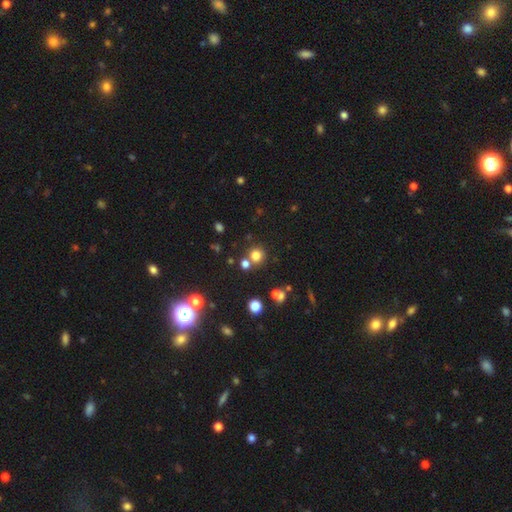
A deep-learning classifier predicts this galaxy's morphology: This is likely a smooth galaxy (75%). How rounded: clearly round (91%). Merging: likely none (71%).